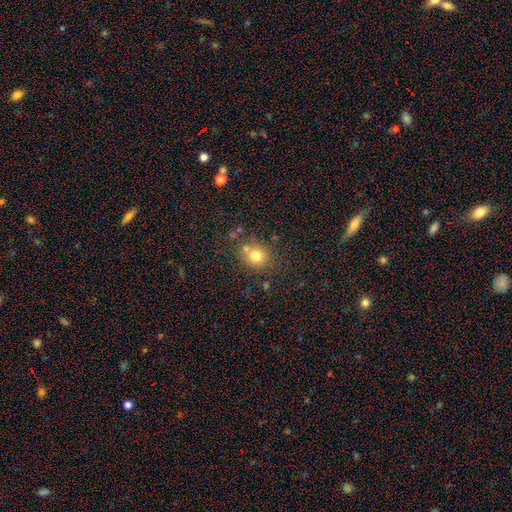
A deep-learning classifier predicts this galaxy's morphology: smooth_or_featured: smooth (p=0.75) [alt: star or artifact p=0.14]
how_rounded: round (p=0.83) [alt: in between p=0.16]
merging: none (p=0.68) [alt: merger p=0.16]